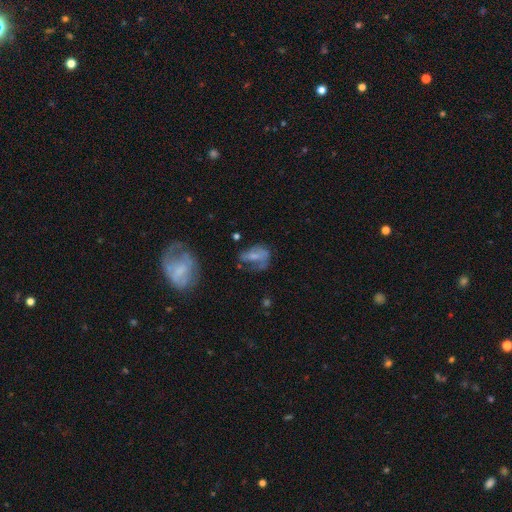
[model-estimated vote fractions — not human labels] Smooth or featured?
  - featured or disk: 47% *
  - smooth: 43%
  - star or artifact: 11%
Merging?
  - none: 35% * (tied)
  - major disturbance: 35% * (tied)
  - minor disturbance: 25%
  - merger: 5%